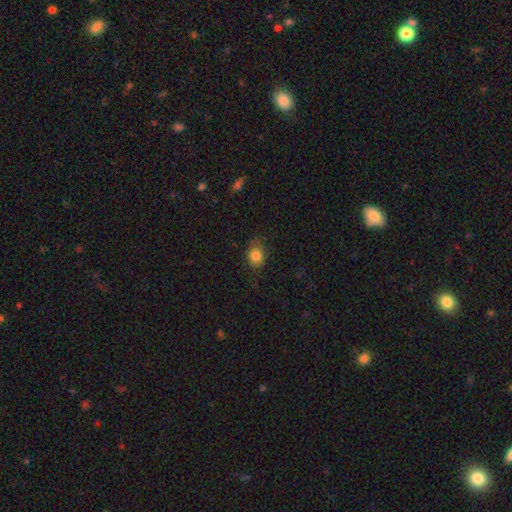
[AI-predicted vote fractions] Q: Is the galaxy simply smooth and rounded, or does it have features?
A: smooth — 82%.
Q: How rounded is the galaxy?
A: round — 51%.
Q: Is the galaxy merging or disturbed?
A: none — 67%.